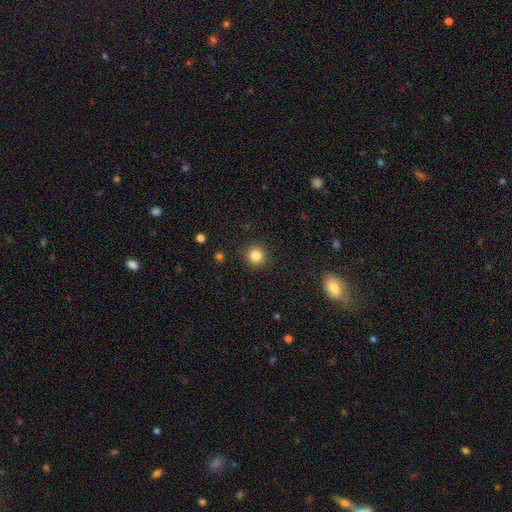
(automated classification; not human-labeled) A smooth galaxy with no disk features (84%) that is round (92%).

Vote fractions:
- Smooth or featured? smooth: 84% / star or artifact: 11% / featured or disk: 5%
- How rounded? round: 92% / in between: 7% / cigar-shaped: 1%
- Merging? none: 91% / minor disturbance: 6% / major disturbance: 2% / merger: 1%